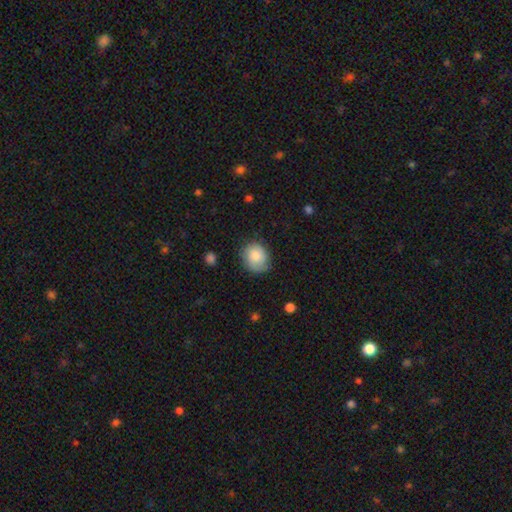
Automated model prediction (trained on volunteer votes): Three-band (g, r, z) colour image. It shows a smooth galaxy with no disk features (82%) that is round (63%). Merging: none (70%).